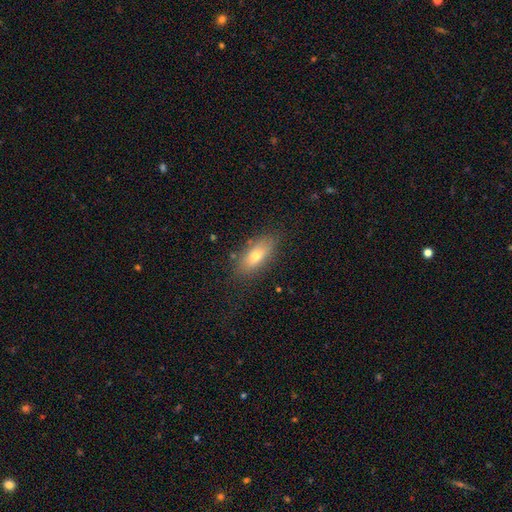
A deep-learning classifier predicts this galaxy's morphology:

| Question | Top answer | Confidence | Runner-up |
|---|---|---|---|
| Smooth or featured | smooth | 66% | featured or disk (25%) |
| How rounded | in between | 77% | cigar-shaped (18%) |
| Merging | none | 82% | minor disturbance (13%) |